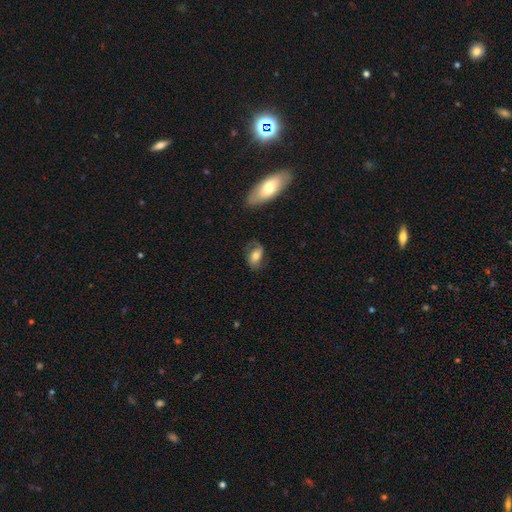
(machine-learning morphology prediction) Smooth or featured? smooth (52%)
How rounded? in between (85%)
Merging? none (61%)